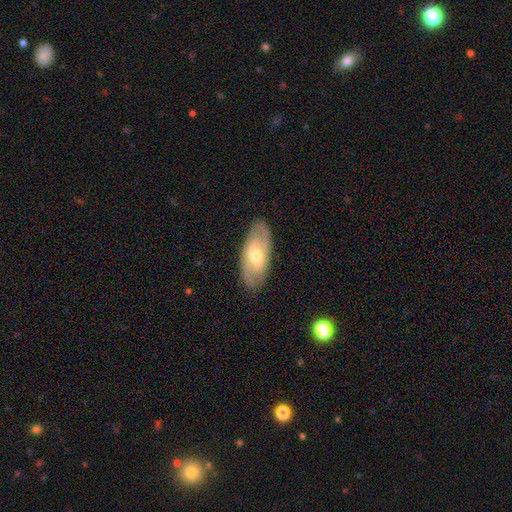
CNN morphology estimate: Smooth or featured? Predicted: featured or disk (p=0.62). Edge-on disk? Predicted: no (p=0.87). Bar? Predicted: weak (p=0.46). Spiral arms? Predicted: yes (p=0.74). Bulge size? Predicted: moderate (p=0.56). Merging? Predicted: none (p=0.85).